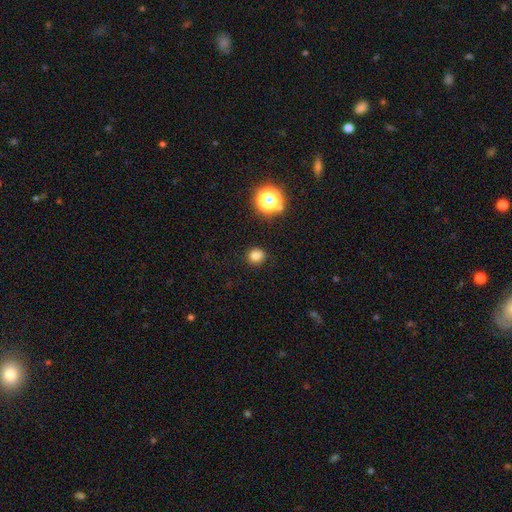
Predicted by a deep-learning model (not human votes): smooth 79%, star or artifact 16%, featured or disk 5%. Down the decision tree: how rounded — round (87%); merging — none (88%).